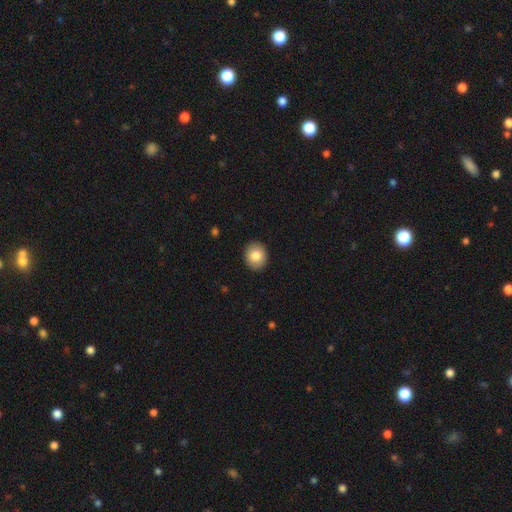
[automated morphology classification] Q: Smooth or featured?
A: smooth (84%); runner-up: featured or disk (8%)
Q: How rounded?
A: round (65%); runner-up: in between (34%)
Q: Merging?
A: none (91%); runner-up: minor disturbance (6%)